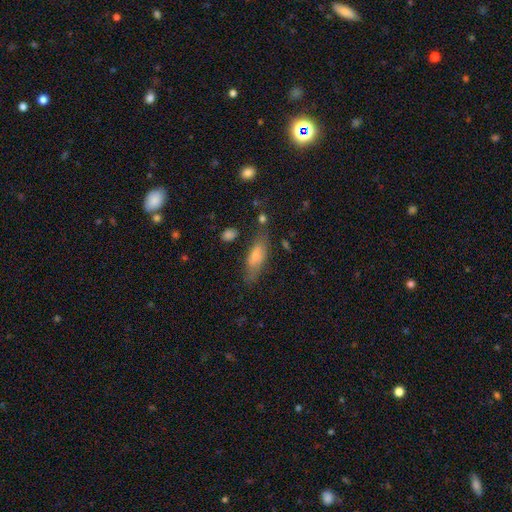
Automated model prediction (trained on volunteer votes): Q: Smooth or featured?
A: smooth (61%); runner-up: featured or disk (28%)
Q: How rounded?
A: in between (54%); runner-up: cigar-shaped (43%)
Q: Merging?
A: none (71%); runner-up: minor disturbance (19%)